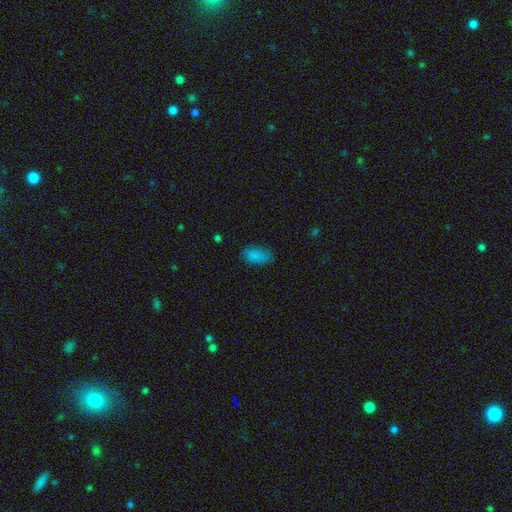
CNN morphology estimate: Smooth or featured: smooth — 84% (star or artifact — 10%)
How rounded: in between — 93% (round — 4%)
Merging: none — 75% (minor disturbance — 19%)